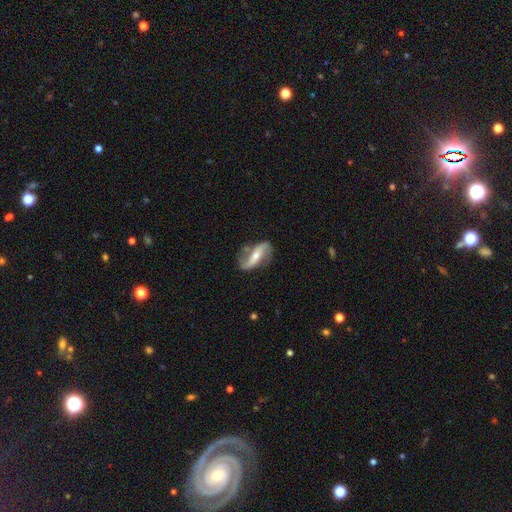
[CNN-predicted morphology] featured or disk 78%, smooth 17%, star or artifact 5%. Down the decision tree: edge-on disk — no (88%); bar — strong (49%); spiral arms — yes (89%); spiral arm count — 2 (91%); spiral winding — loose (73%); bulge size — moderate (52%); merging — none (72%).